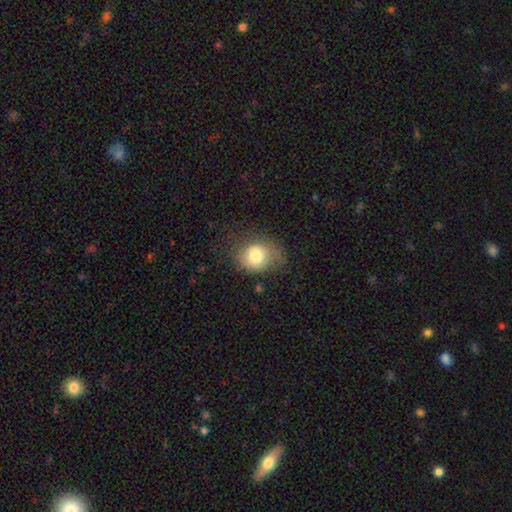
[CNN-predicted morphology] Smooth or featured?
  - smooth: 77% *
  - featured or disk: 15%
  - star or artifact: 9%
How rounded?
  - round: 56% *
  - in between: 43%
  - cigar-shaped: 1%
Merging?
  - none: 51% *
  - minor disturbance: 30%
  - major disturbance: 17%
  - merger: 2%